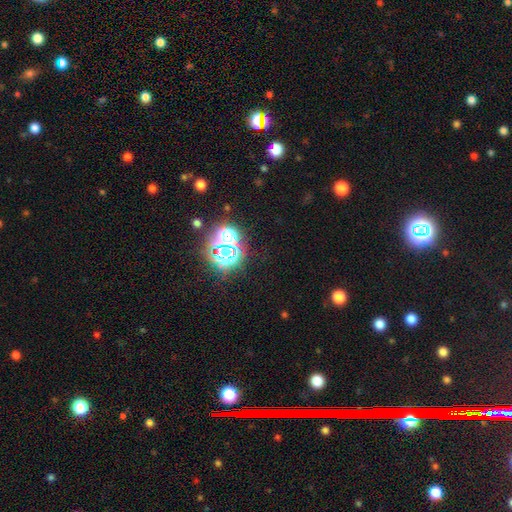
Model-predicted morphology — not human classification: Smooth or featured? star or artifact (69%)